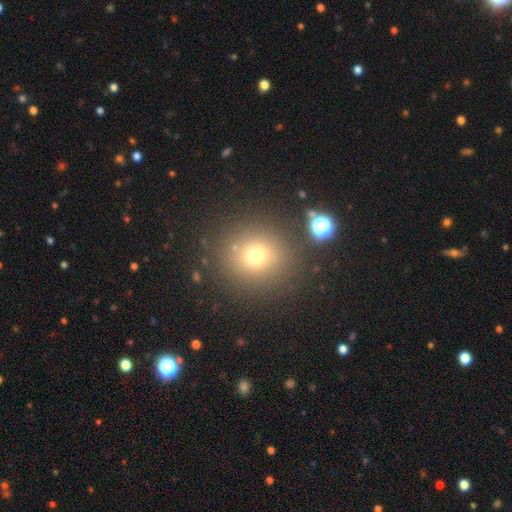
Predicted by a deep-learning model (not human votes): Smooth or featured: smooth — 70% (star or artifact — 20%)
How rounded: round — 90% (in between — 9%)
Merging: none — 84% (minor disturbance — 8%)